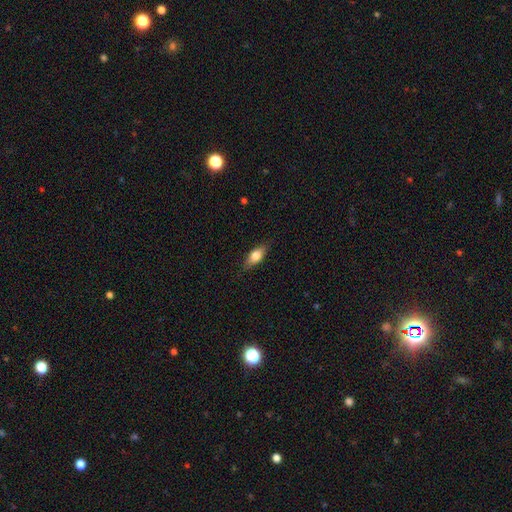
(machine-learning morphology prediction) Smooth or featured? Predicted: smooth (p=0.70). How rounded? Predicted: in between (p=0.75). Merging? Predicted: none (p=0.83).